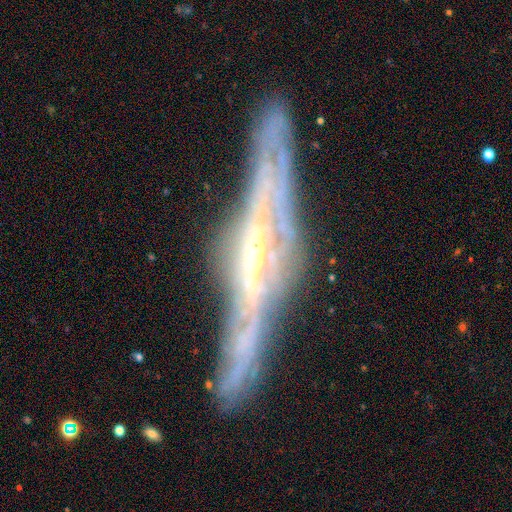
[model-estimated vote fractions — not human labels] featured or disk 84%, star or artifact 8%, smooth 8%. Down the decision tree: edge-on disk — yes (88%); edge-on bulge — rounded (45%); merging — none (77%).